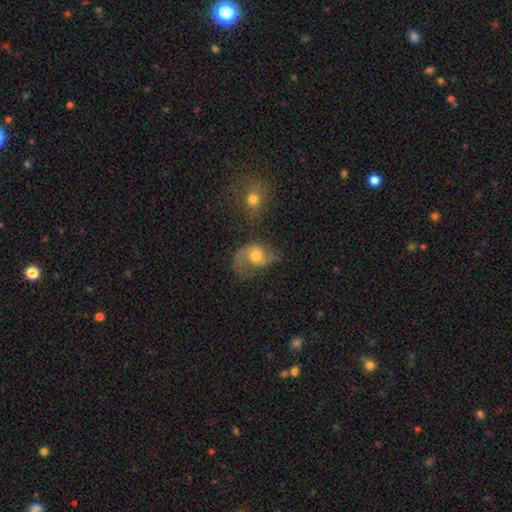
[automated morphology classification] Q: Smooth or featured?
A: featured or disk (66%); runner-up: smooth (26%)
Q: Edge-on disk?
A: no (97%); runner-up: yes (3%)
Q: Bar?
A: no (67%); runner-up: weak (28%)
Q: Spiral arms?
A: yes (89%); runner-up: no (11%)
Q: Spiral winding?
A: loose (49%); runner-up: medium (40%)
Q: Spiral arm count?
A: 2 (77%); runner-up: 1 (15%)
Q: Bulge size?
A: moderate (67%); runner-up: large (15%)
Q: Merging?
A: none (46%); runner-up: minor disturbance (24%)